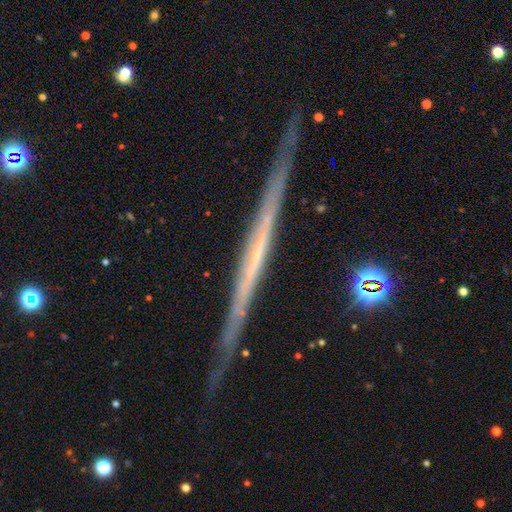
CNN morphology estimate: featured or disk 78%, smooth 15%, star or artifact 7%. Down the decision tree: edge-on disk — yes (97%); edge-on bulge — none (84%); merging — none (87%).